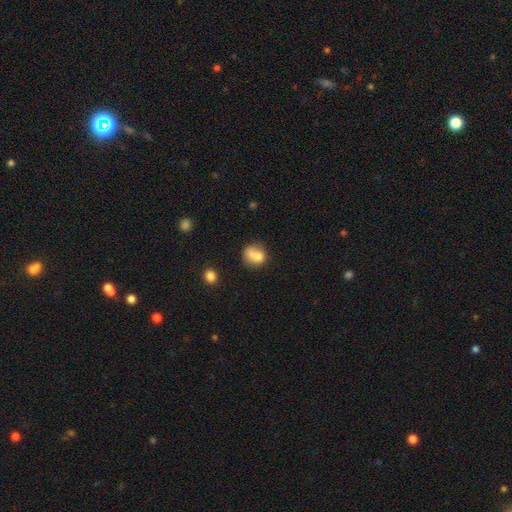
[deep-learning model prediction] Smooth or featured? smooth (74%)
How rounded? round (67%)
Merging? none (40%)